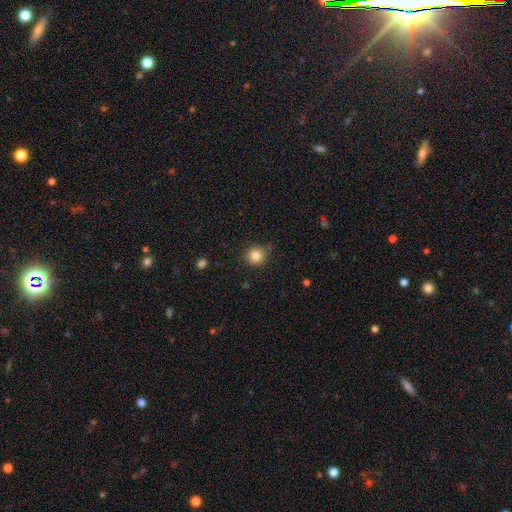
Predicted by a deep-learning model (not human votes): smooth 84%, star or artifact 11%, featured or disk 5%. Down the decision tree: how rounded — round (91%); merging — none (83%).